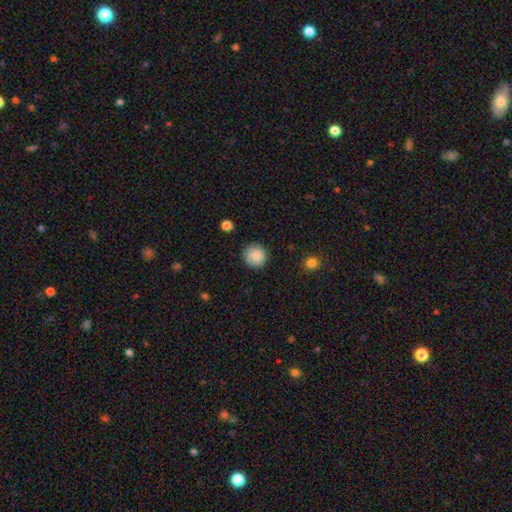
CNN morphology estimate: Smooth or featured? Predicted: smooth (p=0.88). How rounded? Predicted: round (p=0.95). Merging? Predicted: none (p=0.90).